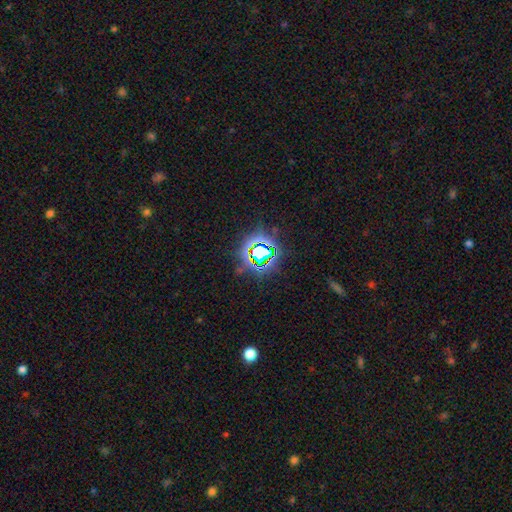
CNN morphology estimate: smooth_or_featured: star or artifact (p=0.78) [alt: smooth p=0.14]